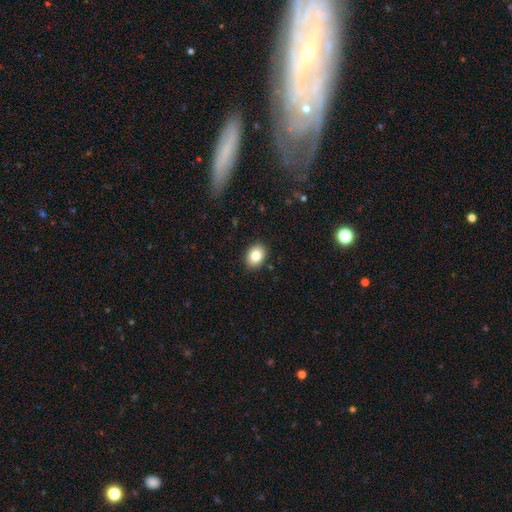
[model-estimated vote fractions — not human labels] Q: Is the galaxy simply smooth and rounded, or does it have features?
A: smooth — 83%.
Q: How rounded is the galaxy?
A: in between — 67%.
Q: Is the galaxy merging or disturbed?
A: none — 89%.